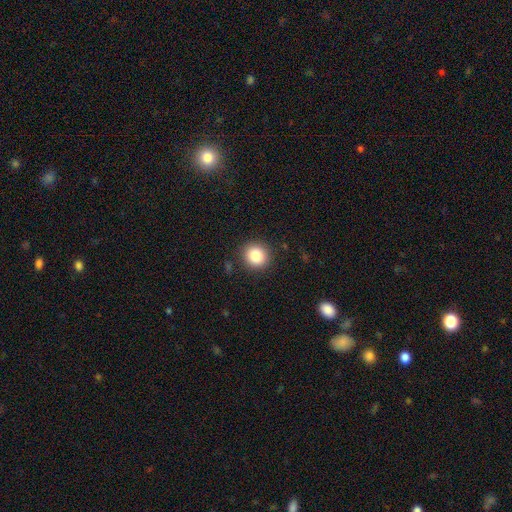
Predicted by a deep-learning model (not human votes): Overall: smooth (85%). How rounded: round (88%). Merging: none (90%).